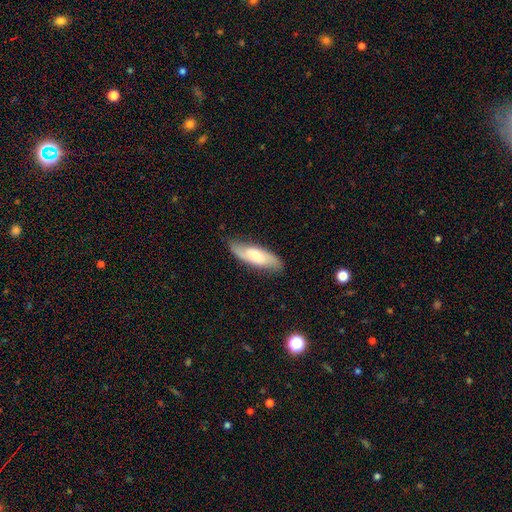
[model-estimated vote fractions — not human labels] Smooth or featured: smooth — 48% (featured or disk — 46%)
Merging: none — 77% (minor disturbance — 18%)